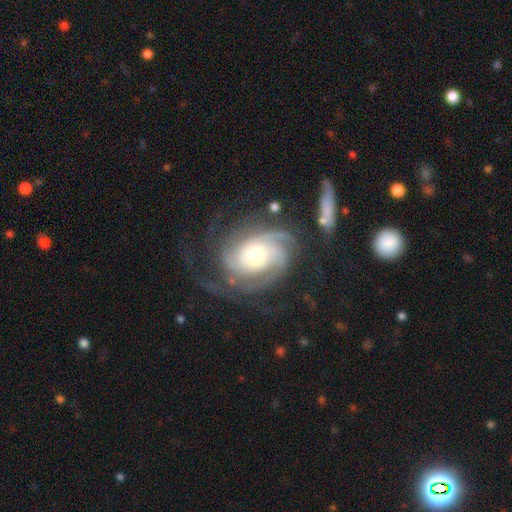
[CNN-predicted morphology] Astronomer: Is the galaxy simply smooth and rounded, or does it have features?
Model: featured or disk — 87%.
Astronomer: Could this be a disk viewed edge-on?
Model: no — 97%.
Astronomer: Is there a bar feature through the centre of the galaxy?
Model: no — 72%.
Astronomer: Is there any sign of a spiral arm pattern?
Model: yes — 97%.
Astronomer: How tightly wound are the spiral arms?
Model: tight — 56% (runner-up: medium, 34%).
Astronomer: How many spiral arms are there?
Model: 3 — 33% (runner-up: 2, 23%).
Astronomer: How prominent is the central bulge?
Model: moderate — 49% (runner-up: small, 31%).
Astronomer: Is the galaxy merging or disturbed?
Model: none — 58%.